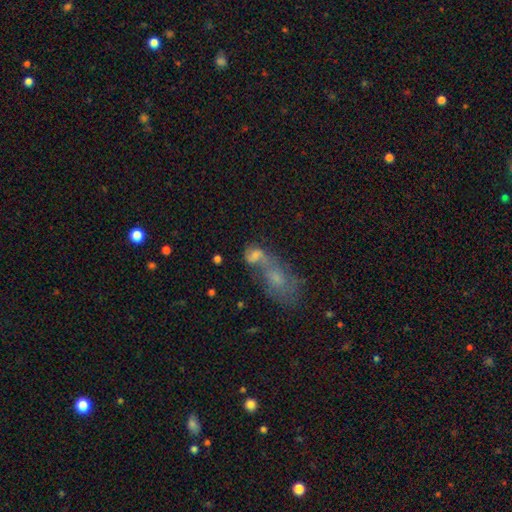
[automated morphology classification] Smooth or featured? smooth (50%)
Merging? merger (57%)